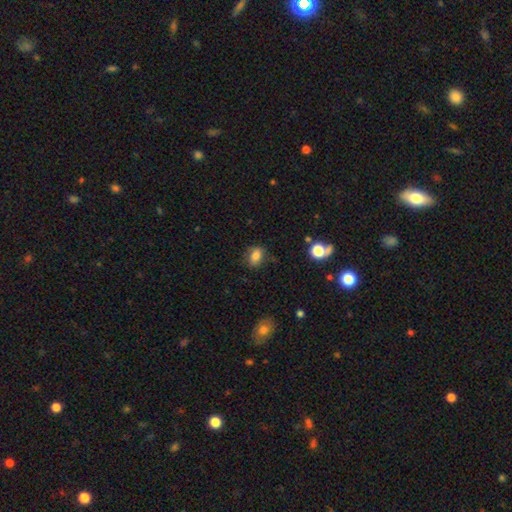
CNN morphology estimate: Smooth or featured?
  - smooth: 80% *
  - star or artifact: 11%
  - featured or disk: 9%
How rounded?
  - in between: 70% *
  - round: 28%
  - cigar-shaped: 2%
Merging?
  - none: 74% *
  - minor disturbance: 19%
  - major disturbance: 5%
  - merger: 2%